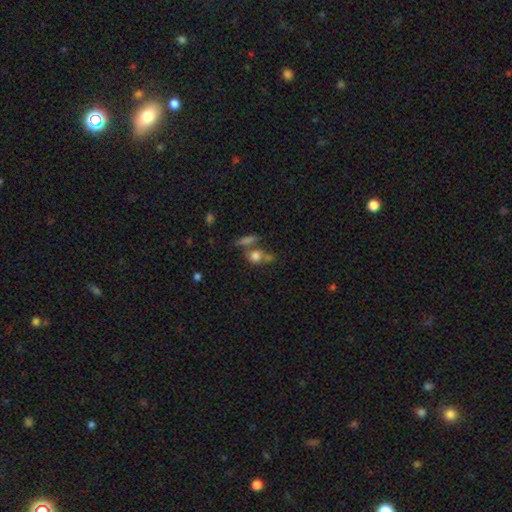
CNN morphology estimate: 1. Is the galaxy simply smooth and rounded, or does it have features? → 75% smooth, 13% star or artifact, 12% featured or disk.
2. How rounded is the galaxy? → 65% round, 29% in between, 6% cigar-shaped.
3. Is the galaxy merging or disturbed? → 48% none, 34% merger, 12% minor disturbance, 7% major disturbance.